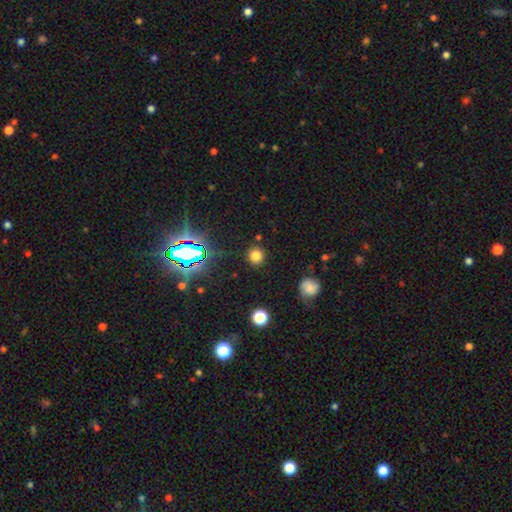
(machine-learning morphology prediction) A smooth galaxy with no disk features (74%) that is round (88%).

Vote fractions:
- Smooth or featured? smooth: 74% / star or artifact: 20% / featured or disk: 6%
- How rounded? round: 88% / in between: 11% / cigar-shaped: 1%
- Merging? none: 88% / minor disturbance: 7% / major disturbance: 3% / merger: 2%